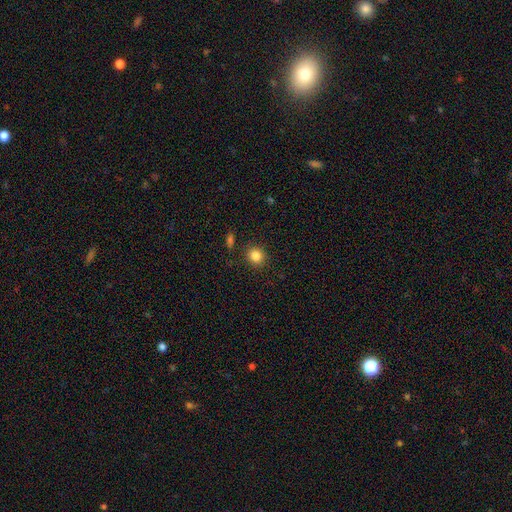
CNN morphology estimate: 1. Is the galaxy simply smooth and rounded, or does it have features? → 84% smooth, 11% star or artifact, 5% featured or disk.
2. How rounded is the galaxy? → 87% round, 12% in between, 1% cigar-shaped.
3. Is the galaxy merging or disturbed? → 88% none, 7% minor disturbance, 2% major disturbance, 2% merger.